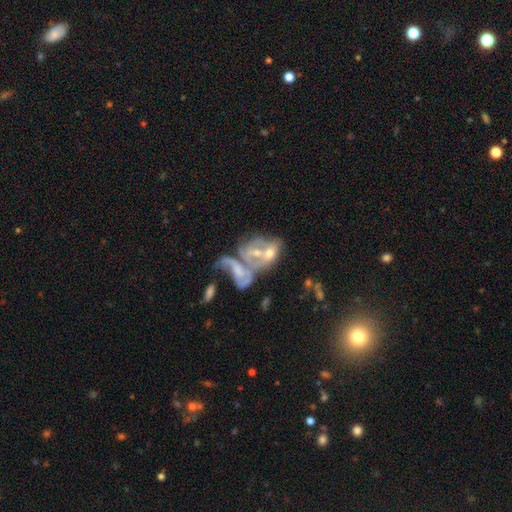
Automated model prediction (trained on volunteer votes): smooth_or_featured: featured or disk (p=0.62) [alt: star or artifact p=0.20]
disk_edge_on: no (p=0.95) [alt: yes p=0.05]
bar: no (p=0.74) [alt: weak p=0.18]
has_spiral_arms: no (p=0.56) [alt: yes p=0.44]
bulge_size: small (p=0.36) [alt: moderate p=0.35]
merging: merger (p=0.62) [alt: major disturbance p=0.17]